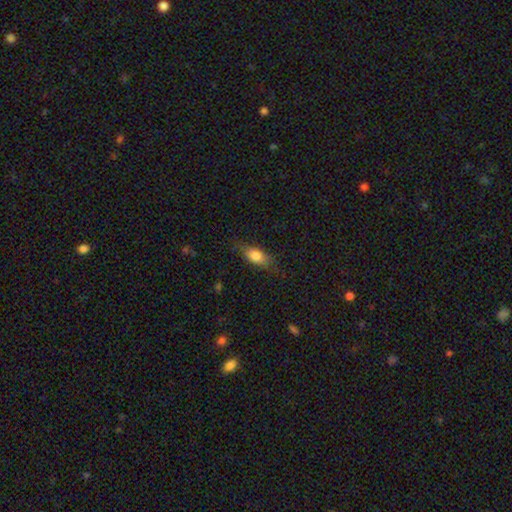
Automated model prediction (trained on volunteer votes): smooth 76%, featured or disk 16%, star or artifact 8%. Down the decision tree: how rounded — in between (77%); merging — none (76%).